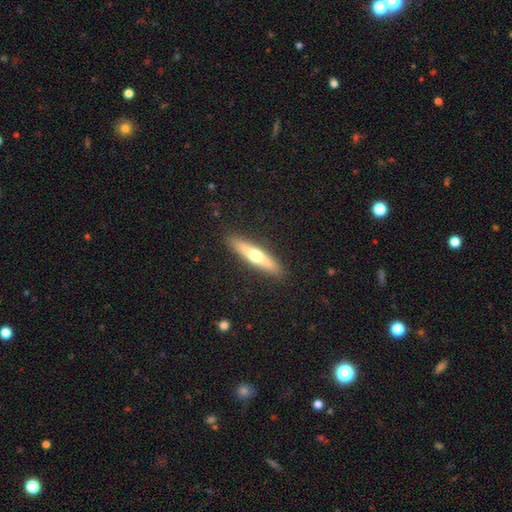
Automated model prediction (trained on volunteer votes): Q: Smooth or featured?
A: smooth (49%); runner-up: featured or disk (46%)
Q: Merging?
A: none (90%); runner-up: minor disturbance (7%)